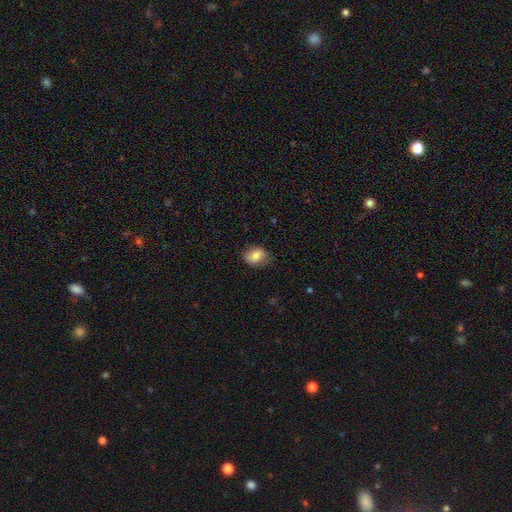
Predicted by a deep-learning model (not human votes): Smooth or featured: smooth — 82% (featured or disk — 10%)
How rounded: in between — 61% (round — 38%)
Merging: none — 77% (minor disturbance — 18%)